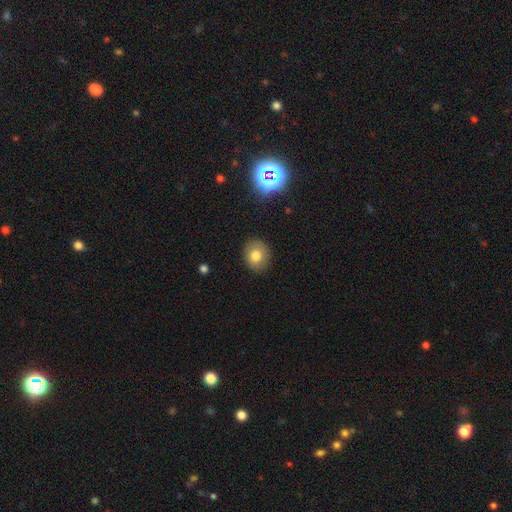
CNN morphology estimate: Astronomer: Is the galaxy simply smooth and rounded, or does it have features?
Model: smooth — 77%.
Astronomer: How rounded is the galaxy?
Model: round — 71%.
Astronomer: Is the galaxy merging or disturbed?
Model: none — 87%.